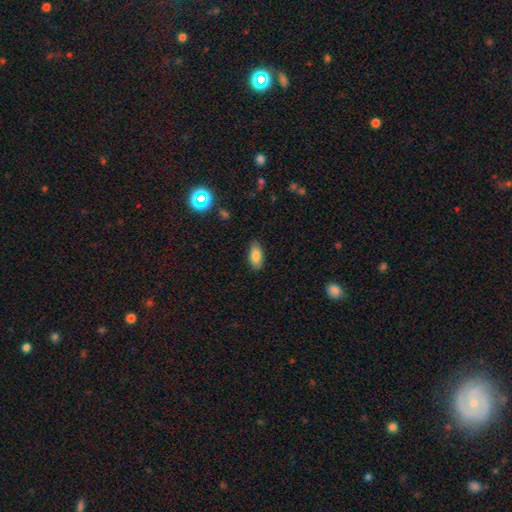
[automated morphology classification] Smooth or featured? smooth (83%)
How rounded? in between (89%)
Merging? none (85%)